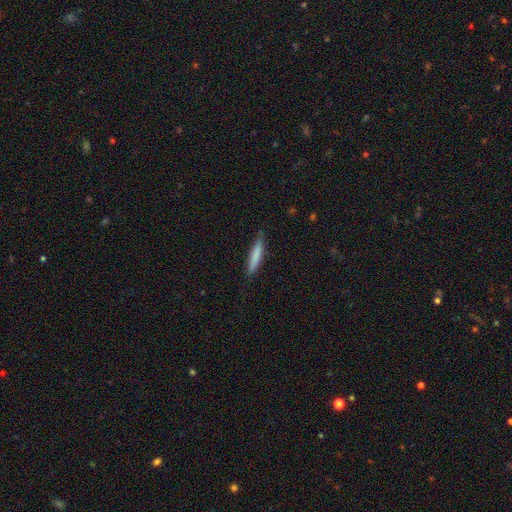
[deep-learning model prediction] A smooth galaxy with no disk features (78%) that is cigar-shaped (90%). Merging: none (82%).